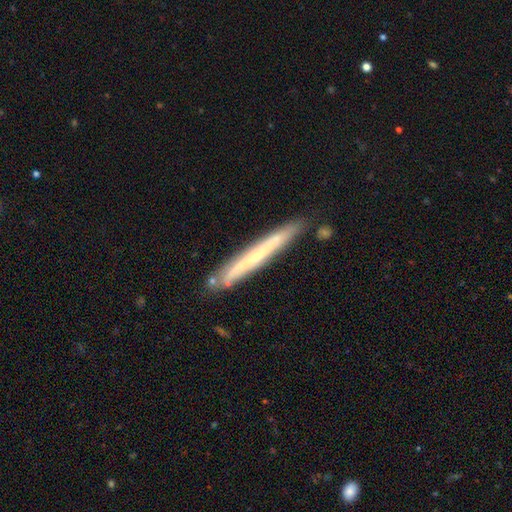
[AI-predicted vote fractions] Q: Smooth or featured?
A: featured or disk (61%); runner-up: smooth (33%)
Q: Edge-on disk?
A: yes (91%); runner-up: no (9%)
Q: Edge-on bulge?
A: none (61%); runner-up: rounded (35%)
Q: Merging?
A: none (80%); runner-up: minor disturbance (13%)